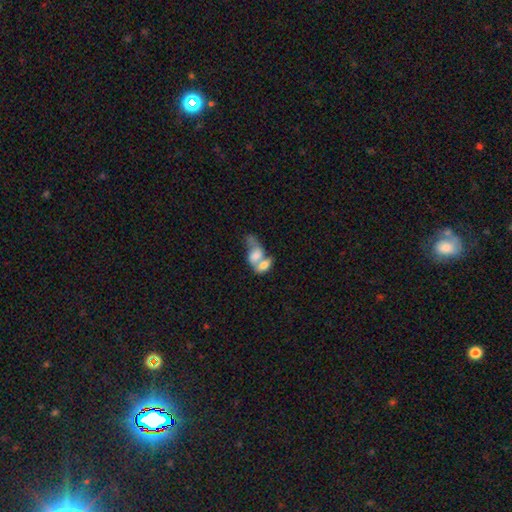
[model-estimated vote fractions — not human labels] The model was most divided on "smooth or featured": smooth: 62%, featured or disk: 29%, star or artifact: 9%. More confident: how rounded — in between (85%); merging — merger (76%).